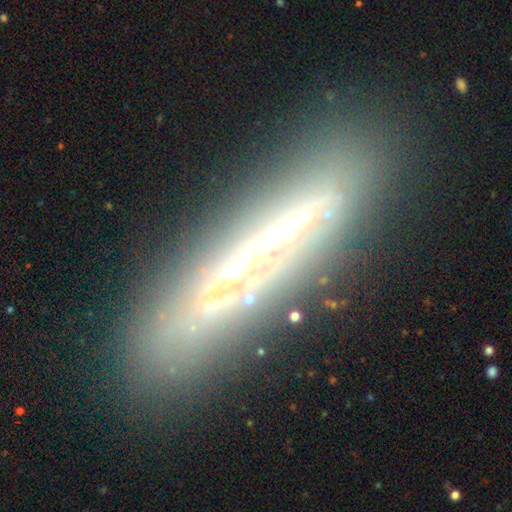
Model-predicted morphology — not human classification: Smooth or featured? Predicted: featured or disk (p=0.69). Edge-on disk? Predicted: yes (p=0.82). Edge-on bulge? Predicted: none (p=0.72). Merging? Predicted: none (p=0.79).